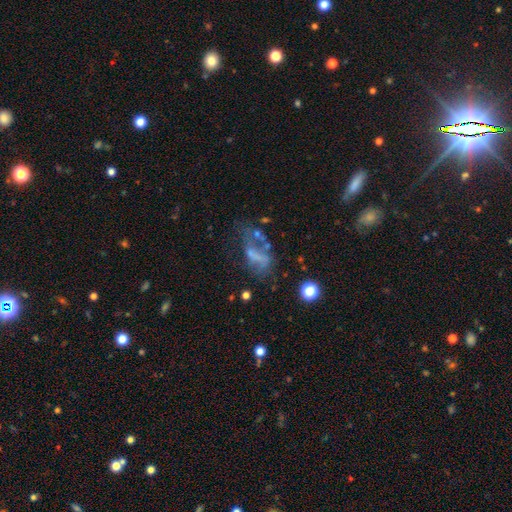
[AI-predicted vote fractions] A featured or disk galaxy (47%). Merging: major disturbance (38%).